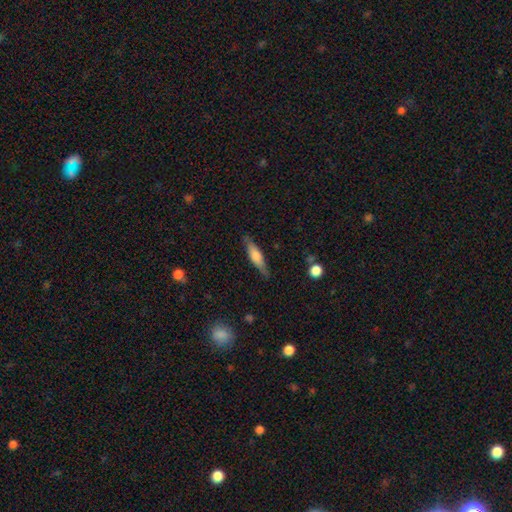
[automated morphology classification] Smooth or featured? Predicted: smooth (p=0.53). How rounded? Predicted: cigar-shaped (p=0.73). Merging? Predicted: none (p=0.84).